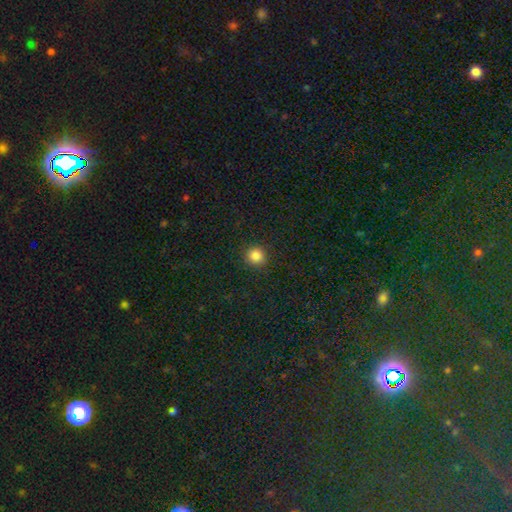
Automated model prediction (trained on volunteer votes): Smooth or featured? Predicted: smooth (p=0.85). How rounded? Predicted: round (p=0.93). Merging? Predicted: none (p=0.92).